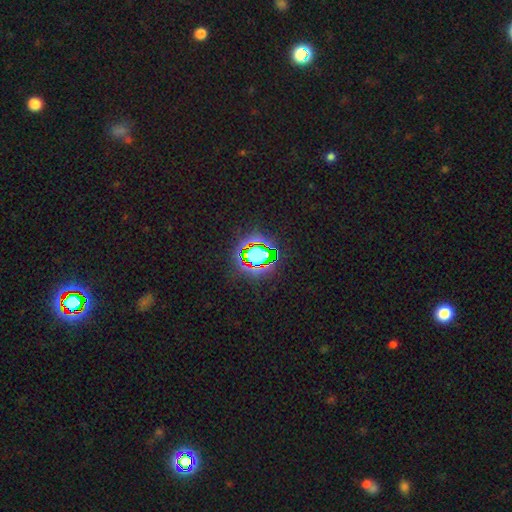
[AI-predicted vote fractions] Smooth or featured? Predicted: star or artifact (p=0.68).